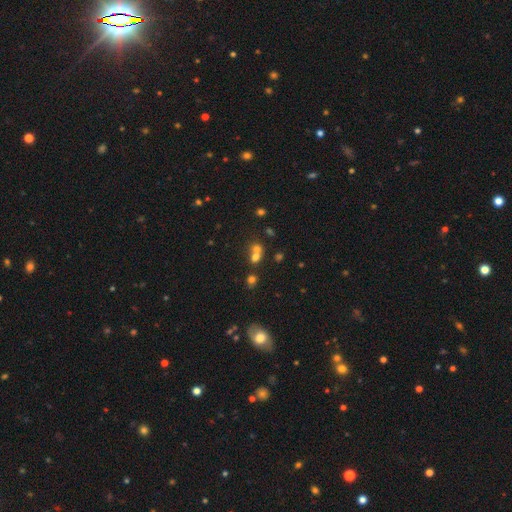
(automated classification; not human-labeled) A smooth galaxy with no disk features (59%) that is round (75%).

Vote fractions:
- Smooth or featured? smooth: 59% / star or artifact: 25% / featured or disk: 15%
- How rounded? round: 75% / in between: 24% / cigar-shaped: 2%
- Merging? merger: 51% / none: 39% / minor disturbance: 6% / major disturbance: 4%